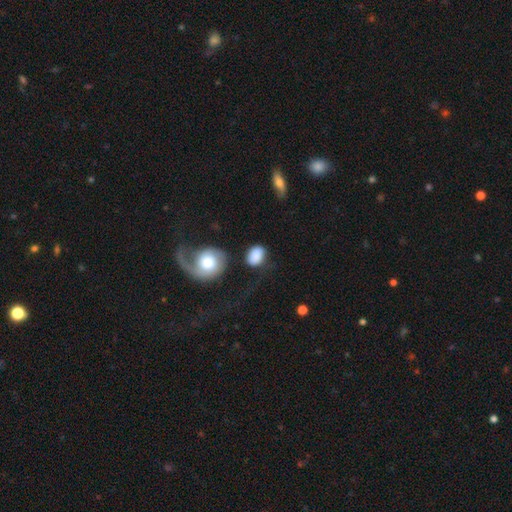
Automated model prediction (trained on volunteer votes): Morphology: type=smooth (82%); roundness=in between (64%); merging=none (55%).